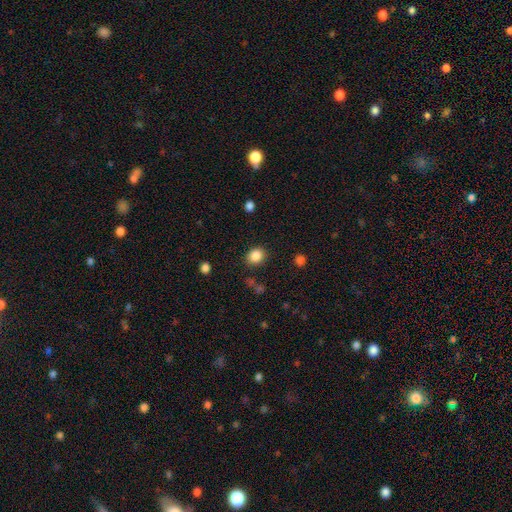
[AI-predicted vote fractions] This is clearly a smooth galaxy (86%). How rounded: likely round (64%). Merging: clearly none (83%).